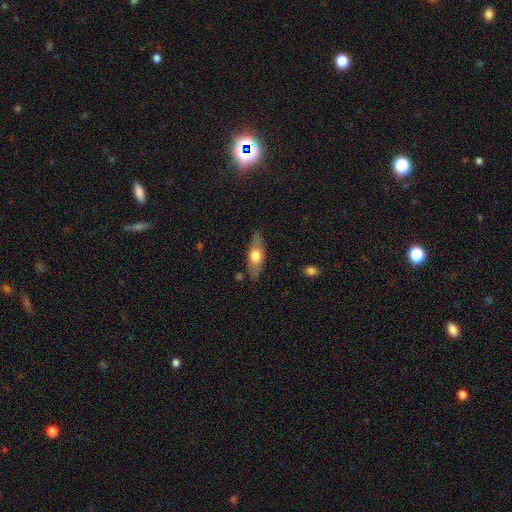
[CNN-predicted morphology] smooth-or-featured: smooth: 56% | featured or disk: 38% | star or artifact: 6%
  how-rounded: in between: 68% | cigar-shaped: 29% | round: 4%
  merging: none: 81% | minor disturbance: 14% | major disturbance: 3% | merger: 2%